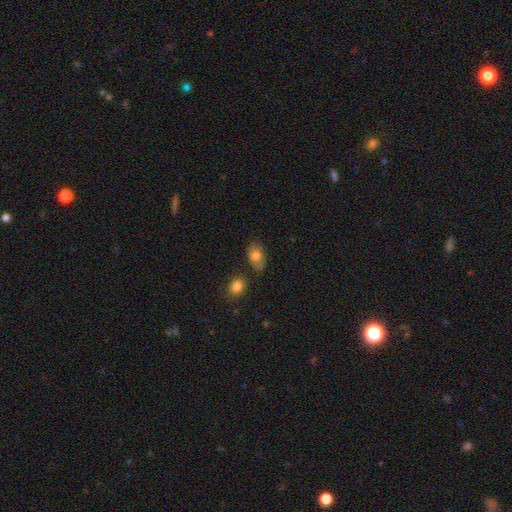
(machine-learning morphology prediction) Smooth or featured? Predicted: smooth (p=0.78). How rounded? Predicted: in between (p=0.87). Merging? Predicted: none (p=0.71).